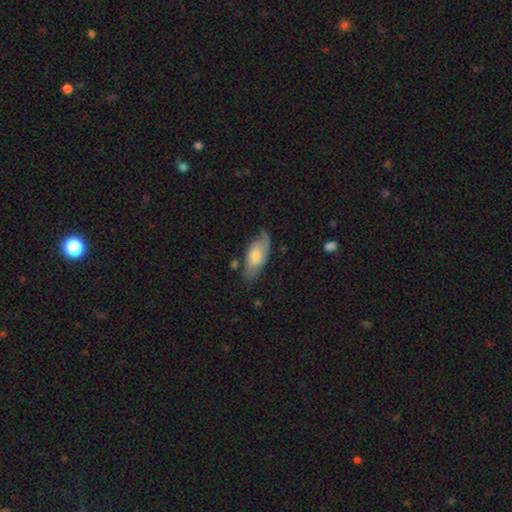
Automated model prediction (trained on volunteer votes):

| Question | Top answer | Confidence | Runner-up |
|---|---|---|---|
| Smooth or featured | smooth | 56% | featured or disk (38%) |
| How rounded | in between | 87% | cigar-shaped (10%) |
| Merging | none | 60% | minor disturbance (28%) |